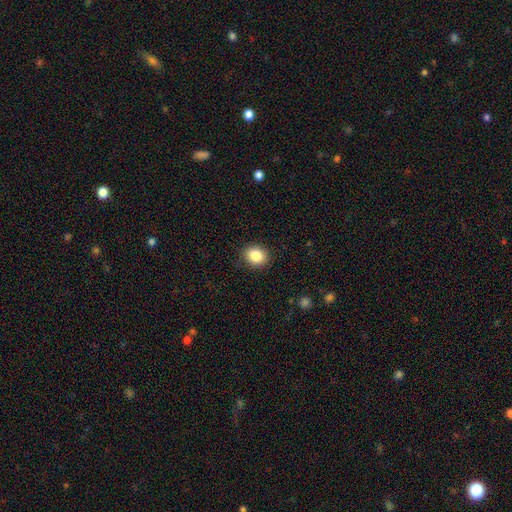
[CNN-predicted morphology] A smooth galaxy with no disk features (86%) that is round (60%).

Vote fractions:
- Smooth or featured? smooth: 86% / star or artifact: 9% / featured or disk: 5%
- How rounded? round: 60% / in between: 39% / cigar-shaped: 1%
- Merging? none: 89% / minor disturbance: 8% / major disturbance: 2% / merger: 1%